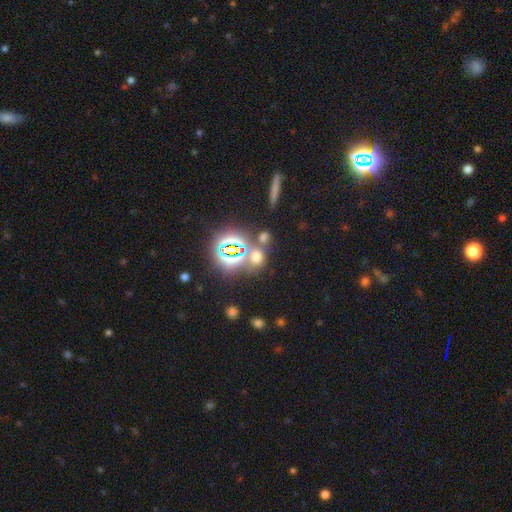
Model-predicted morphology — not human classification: This is possibly a smooth galaxy (50%). Merging: likely none (64%).